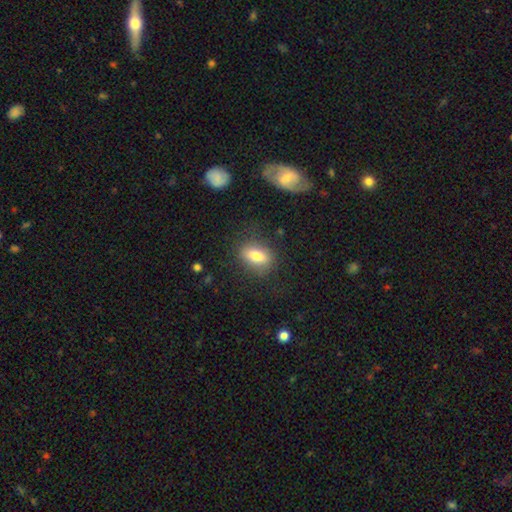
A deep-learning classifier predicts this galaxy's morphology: type=smooth (76%); roundness=in between (81%); merging=none (78%).